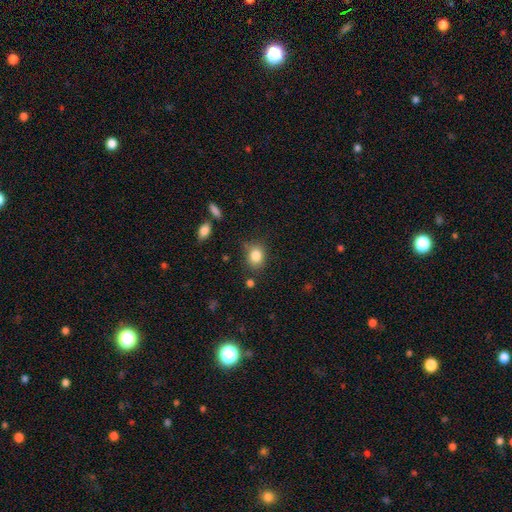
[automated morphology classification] type=smooth (84%); roundness=round (55%); merging=none (75%).